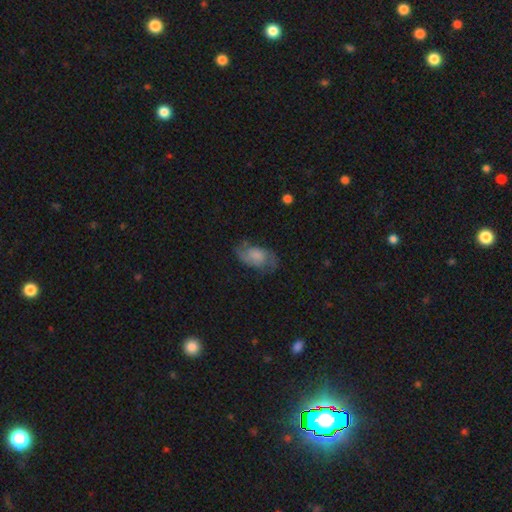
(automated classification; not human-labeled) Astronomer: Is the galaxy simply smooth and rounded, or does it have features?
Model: featured or disk — 57% (runner-up: smooth, 35%).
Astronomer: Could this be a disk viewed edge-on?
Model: no — 96%.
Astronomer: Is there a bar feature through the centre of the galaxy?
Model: no — 68%.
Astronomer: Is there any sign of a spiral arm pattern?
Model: yes — 88%.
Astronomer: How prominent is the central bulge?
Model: none — 29% (runner-up: small, 25%).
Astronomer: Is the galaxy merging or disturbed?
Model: none — 63%.